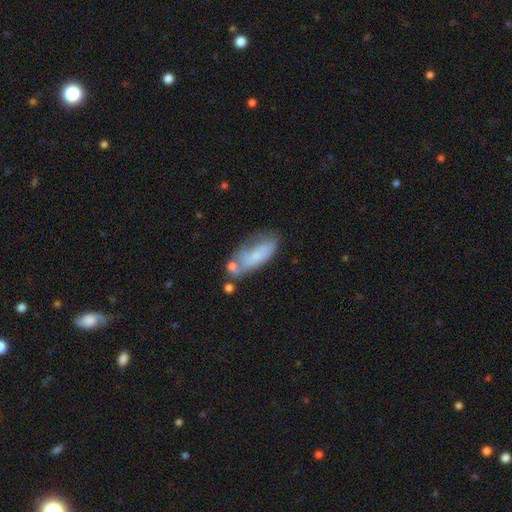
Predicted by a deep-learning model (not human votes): This is possibly a smooth galaxy (59%). How rounded: likely in between (76%). Merging: marginally none (39%).